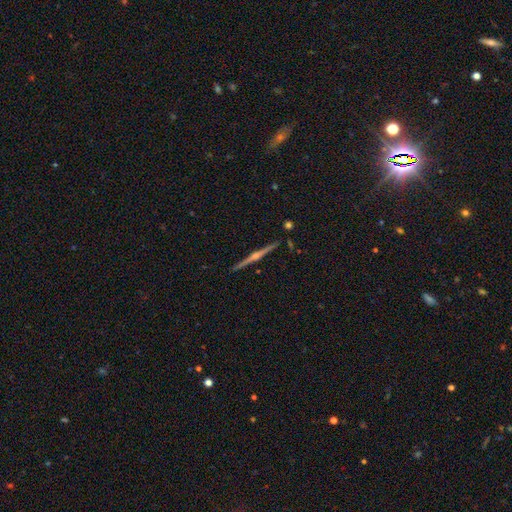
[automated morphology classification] Smooth or featured? featured or disk (85%)
Edge-on disk? yes (99%)
Edge-on bulge? rounded (89%)
Merging? none (93%)